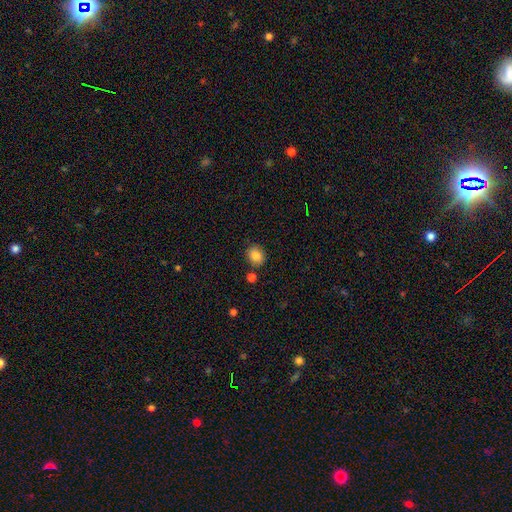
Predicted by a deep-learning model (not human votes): A smooth galaxy with no disk features (86%) that is round (59%). Merging: none (81%).